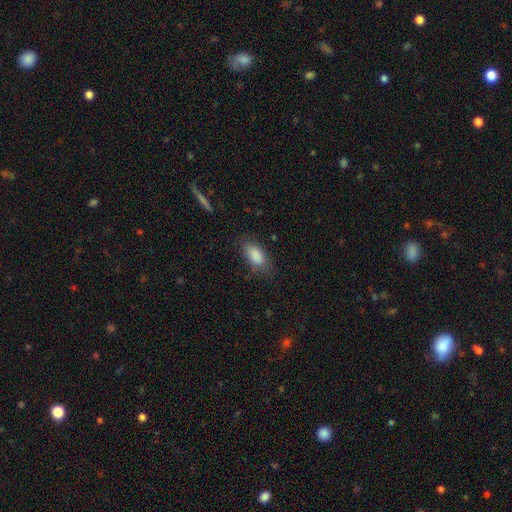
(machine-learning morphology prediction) smooth-or-featured: smooth: 87% | star or artifact: 7% | featured or disk: 6%
  how-rounded: in between: 89% | cigar-shaped: 7% | round: 4%
  merging: none: 76% | minor disturbance: 17% | major disturbance: 5% | merger: 1%